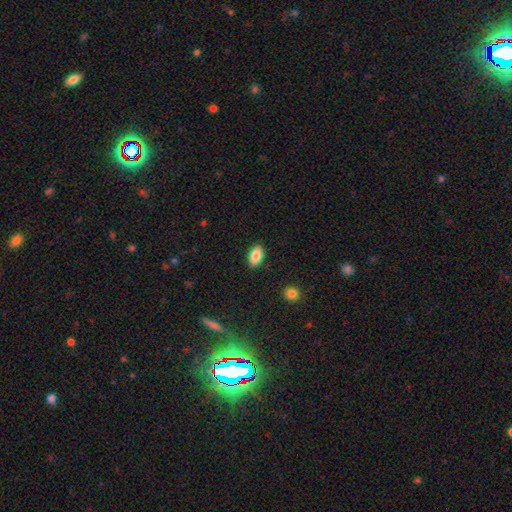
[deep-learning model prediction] Smooth or featured?
  - smooth: 87% *
  - star or artifact: 7%
  - featured or disk: 6%
How rounded?
  - in between: 93% *
  - round: 5%
  - cigar-shaped: 2%
Merging?
  - none: 88% *
  - minor disturbance: 8%
  - major disturbance: 2%
  - merger: 1%